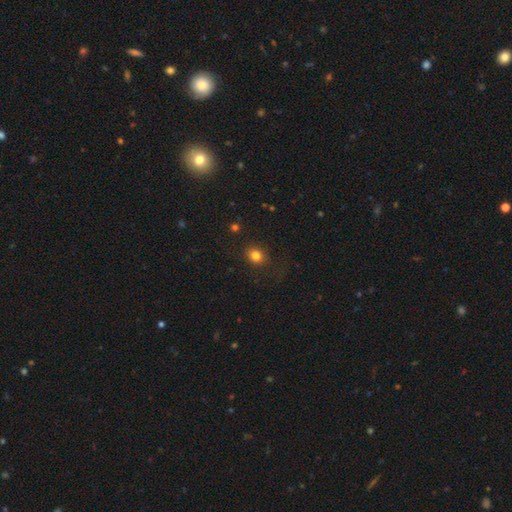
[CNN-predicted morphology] A smooth galaxy with no disk features (81%) that is round (76%).

Vote fractions:
- Smooth or featured? smooth: 81% / star or artifact: 13% / featured or disk: 6%
- How rounded? round: 76% / in between: 23% / cigar-shaped: 1%
- Merging? none: 85% / minor disturbance: 10% / major disturbance: 4% / merger: 1%